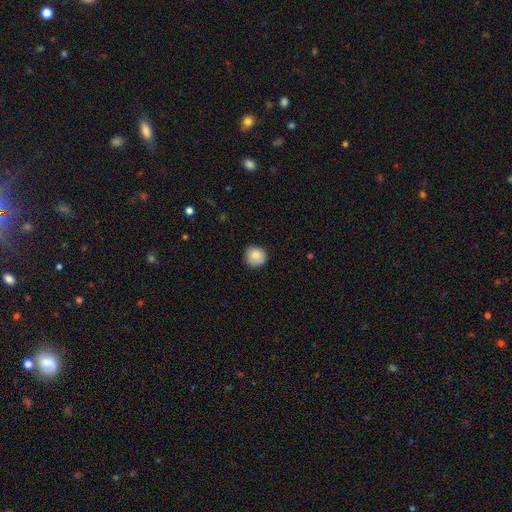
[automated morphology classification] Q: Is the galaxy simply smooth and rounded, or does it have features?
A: smooth — 83%.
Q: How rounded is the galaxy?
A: round — 95%.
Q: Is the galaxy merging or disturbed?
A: none — 89%.